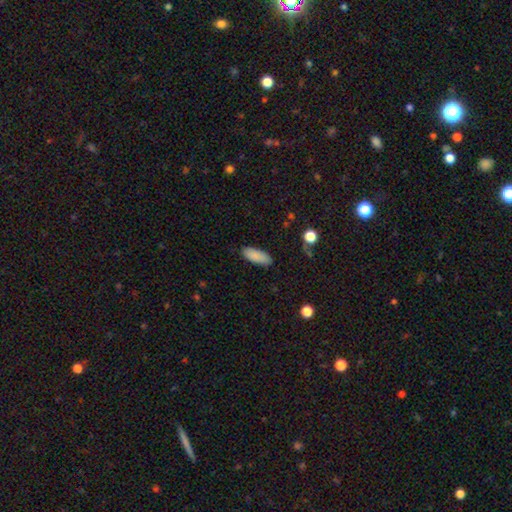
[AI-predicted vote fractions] smooth-or-featured: smooth: 88% | star or artifact: 7% | featured or disk: 5%
  how-rounded: in between: 78% | cigar-shaped: 20% | round: 2%
  merging: none: 85% | minor disturbance: 11% | major disturbance: 2% | merger: 1%